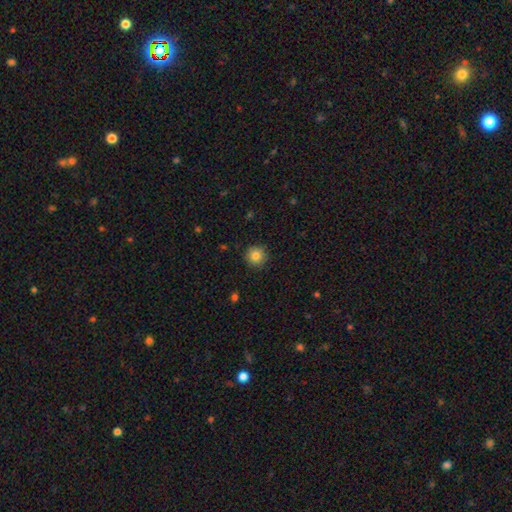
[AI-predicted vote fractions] Overall: smooth (83%). How rounded: round (95%). Merging: none (91%).